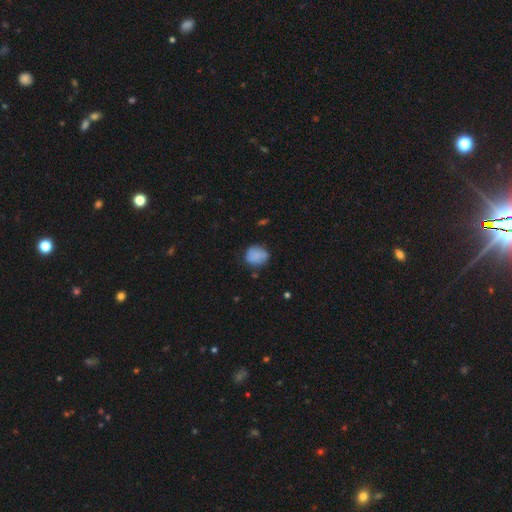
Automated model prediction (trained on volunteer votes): This appears to be a smooth galaxy with no disk features (80%) that is round (64%). Merging: none (65%).